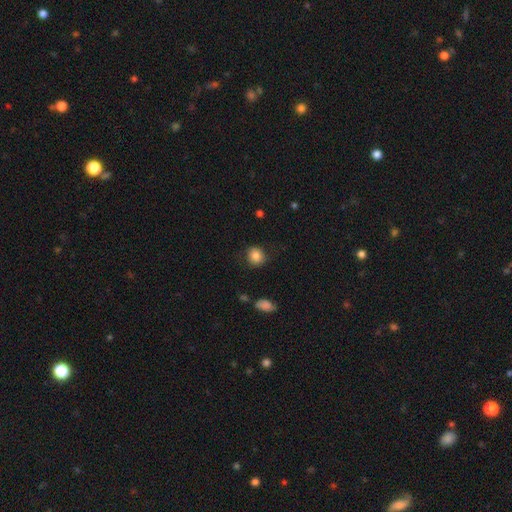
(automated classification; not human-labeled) smooth-or-featured: smooth: 82% | star or artifact: 9% | featured or disk: 9%
  how-rounded: round: 82% | in between: 17% | cigar-shaped: 1%
  merging: none: 78% | minor disturbance: 16% | major disturbance: 5% | merger: 1%